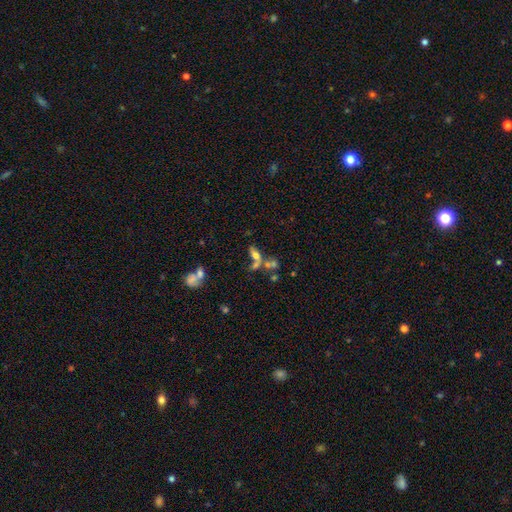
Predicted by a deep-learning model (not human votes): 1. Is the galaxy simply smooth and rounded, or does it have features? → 49% smooth, 34% featured or disk, 17% star or artifact.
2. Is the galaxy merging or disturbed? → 44% merger, 33% none, 11% minor disturbance, 11% major disturbance.